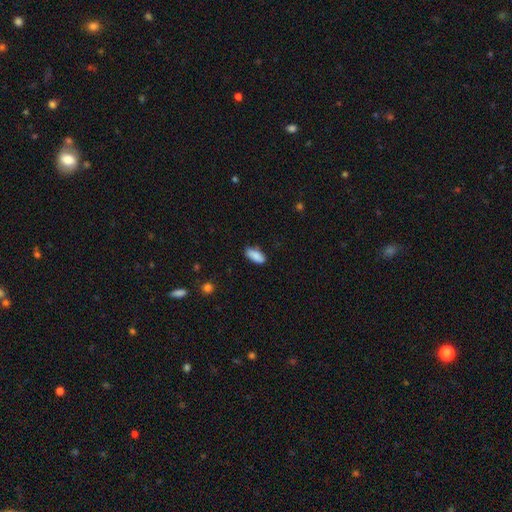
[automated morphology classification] type=smooth (87%); roundness=in between (84%); merging=none (79%).